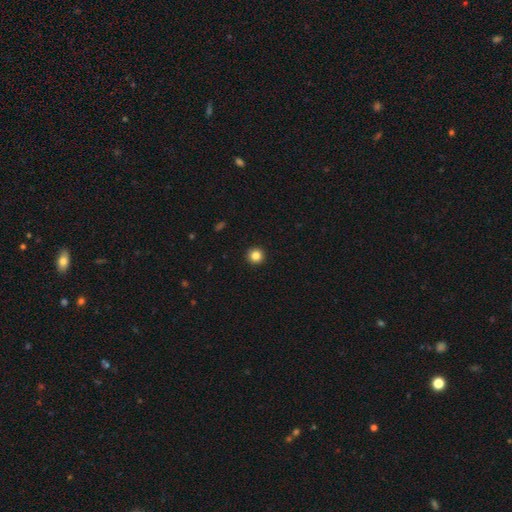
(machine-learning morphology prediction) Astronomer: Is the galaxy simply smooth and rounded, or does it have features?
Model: smooth — 85%.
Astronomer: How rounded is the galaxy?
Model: round — 96%.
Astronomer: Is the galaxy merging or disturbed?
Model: none — 94%.